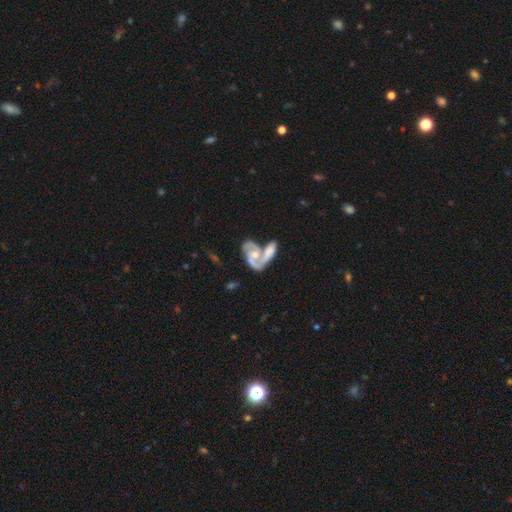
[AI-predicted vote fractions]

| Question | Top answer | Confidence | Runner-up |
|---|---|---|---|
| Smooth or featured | featured or disk | 81% | smooth (14%) |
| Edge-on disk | no | 96% | yes (4%) |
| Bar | no | 58% | weak (33%) |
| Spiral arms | yes | 91% | no (9%) |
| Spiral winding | medium | 49% | loose (28%) |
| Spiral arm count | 2 | 83% | 1 (6%) |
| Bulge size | moderate | 54% | small (33%) |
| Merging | merger | 59% | none (22%) |